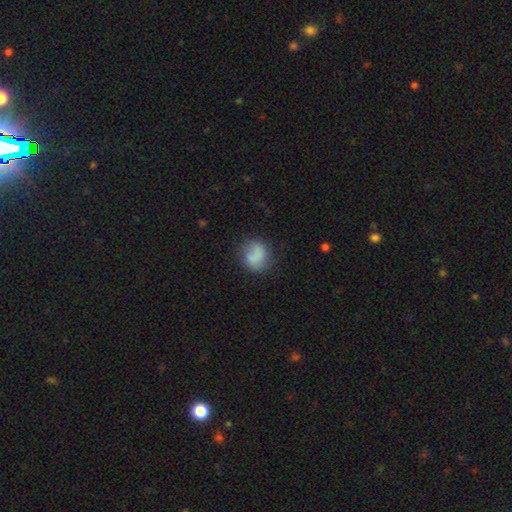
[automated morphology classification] smooth 79%, featured or disk 13%, star or artifact 9%. Down the decision tree: how rounded — round (72%); merging — none (66%).